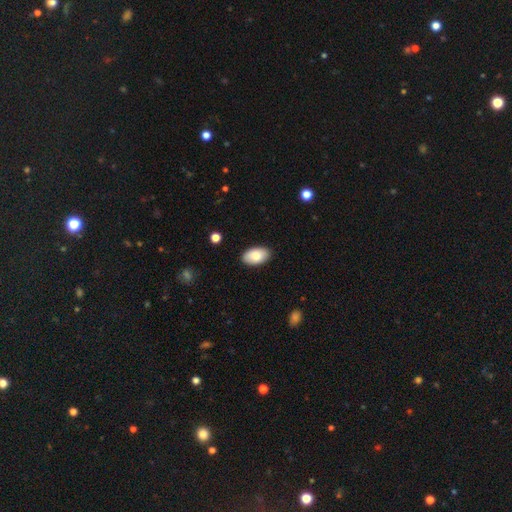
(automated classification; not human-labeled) Smooth or featured: smooth — 86% (featured or disk — 8%)
How rounded: in between — 95% (round — 4%)
Merging: none — 88% (minor disturbance — 9%)